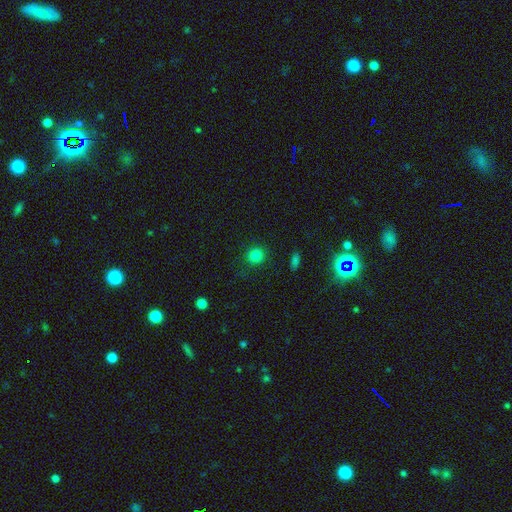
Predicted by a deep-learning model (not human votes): A smooth galaxy with no disk features (83%) that is round (90%).

Vote fractions:
- Smooth or featured? smooth: 83% / star or artifact: 13% / featured or disk: 5%
- How rounded? round: 90% / in between: 9% / cigar-shaped: 1%
- Merging? none: 88% / minor disturbance: 8% / major disturbance: 3% / merger: 1%